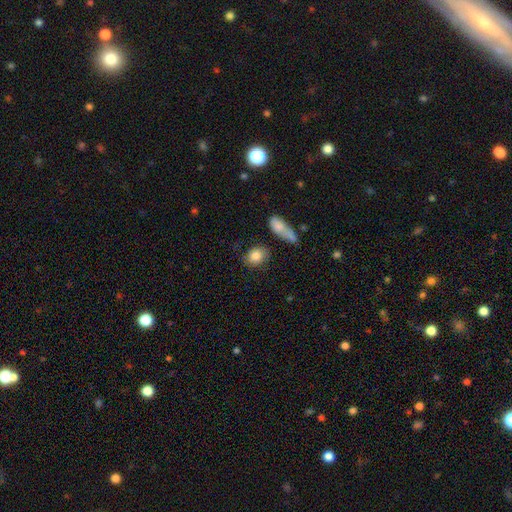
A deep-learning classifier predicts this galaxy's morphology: smooth-or-featured: smooth: 84% | featured or disk: 8% | star or artifact: 8%
  how-rounded: round: 56% | in between: 41% | cigar-shaped: 3%
  merging: none: 67% | minor disturbance: 17% | merger: 9% | major disturbance: 6%